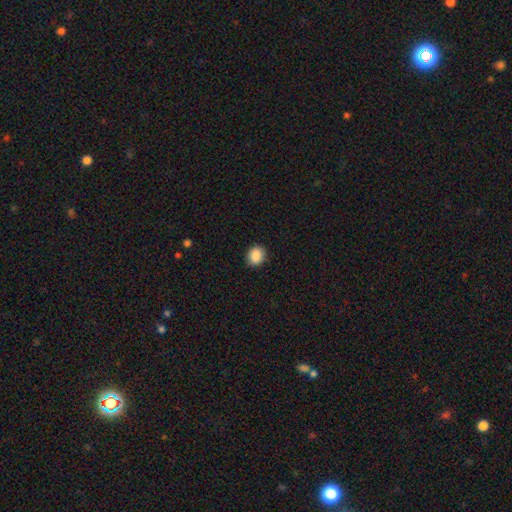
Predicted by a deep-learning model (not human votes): Smooth or featured: smooth — 89% (star or artifact — 8%)
How rounded: round — 59% (in between — 40%)
Merging: none — 88% (minor disturbance — 9%)